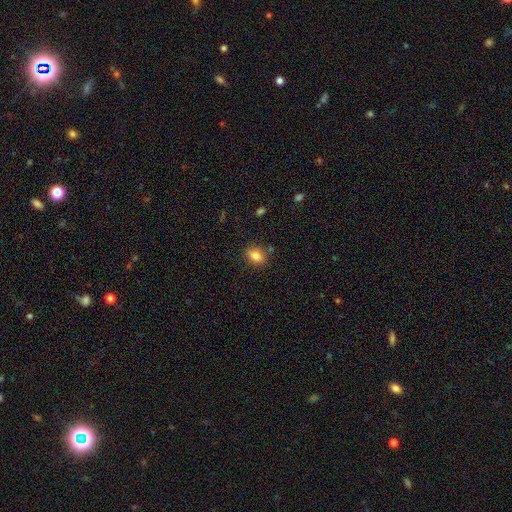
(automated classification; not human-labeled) The model was most divided on "how rounded": in between: 68%, round: 30%, cigar-shaped: 2%. More confident: smooth or featured — smooth (84%); merging — none (83%).